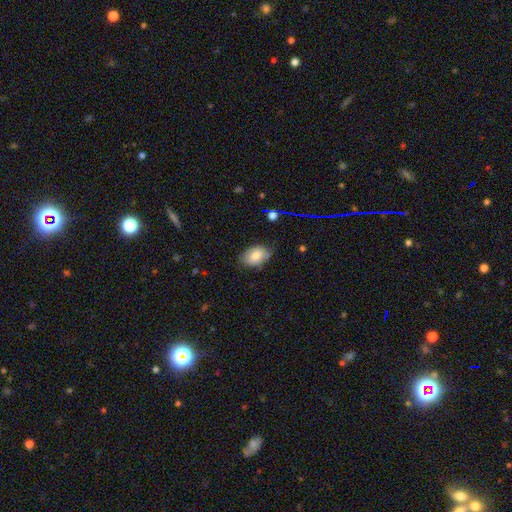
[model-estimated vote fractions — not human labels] Smooth or featured? smooth (75%)
How rounded? in between (84%)
Merging? none (75%)